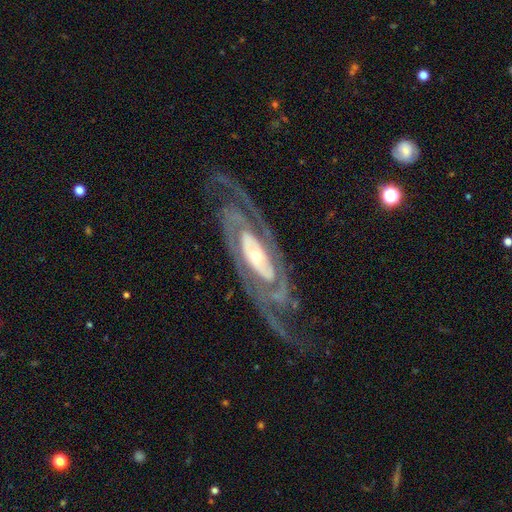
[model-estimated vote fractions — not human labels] Overall: featured or disk (90%). Edge-on disk: no (91%). Bar: no (57%; strong 22%). Spiral arms: yes (95%). Spiral arm count: 2 (66%). Spiral winding: tight (54%; medium 35%). Bulge size: small (60%; moderate 32%). Merging: none (74%).